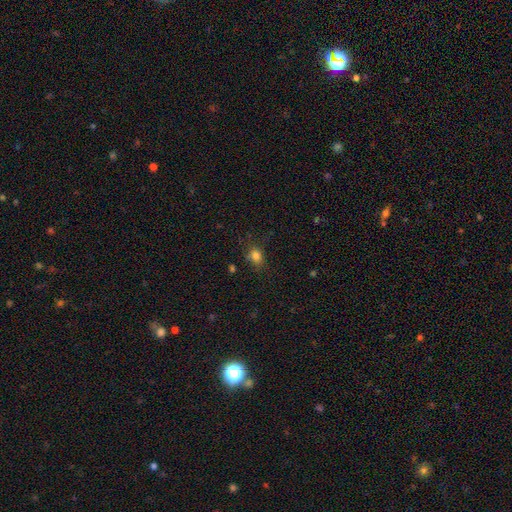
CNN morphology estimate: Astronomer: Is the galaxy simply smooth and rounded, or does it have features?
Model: smooth — 80%.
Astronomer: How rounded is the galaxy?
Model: round — 51% (runner-up: in between, 48%).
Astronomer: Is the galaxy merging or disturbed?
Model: none — 74%.